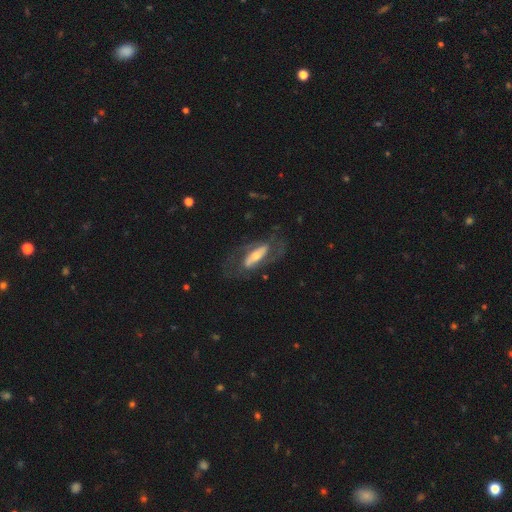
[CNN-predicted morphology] A featured or disk galaxy (77%) with a strong bar (50%), 2 (84%) medium (47%) spiral arms (80%) and a moderate central bulge (51%).

Vote fractions:
- Smooth or featured? featured or disk: 77% / smooth: 18% / star or artifact: 5%
- Edge-on disk? no: 86% / yes: 14%
- Bar? strong: 50% / no: 26% / weak: 24%
- Spiral arms? yes: 80% / no: 20%
- Spiral winding? medium: 47% / tight: 27% / loose: 26%
- Spiral arm count? 2: 84% / can't tell: 9% / 1: 4% / 3: 1% / 4: 1% / more than 4: 1%
- Bulge size? moderate: 51% / small: 36% / large: 10% / none: 2% / dominant: 2%
- Merging? none: 67% / major disturbance: 16% / minor disturbance: 16% / merger: 2%